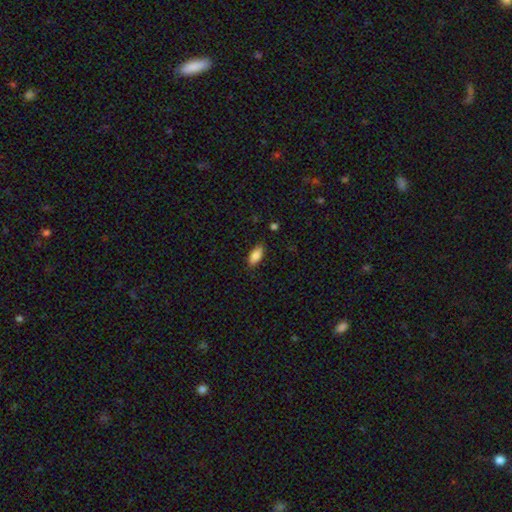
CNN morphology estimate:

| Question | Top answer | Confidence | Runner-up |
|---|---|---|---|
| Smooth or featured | smooth | 84% | featured or disk (9%) |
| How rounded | in between | 85% | cigar-shaped (13%) |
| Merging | none | 84% | minor disturbance (12%) |